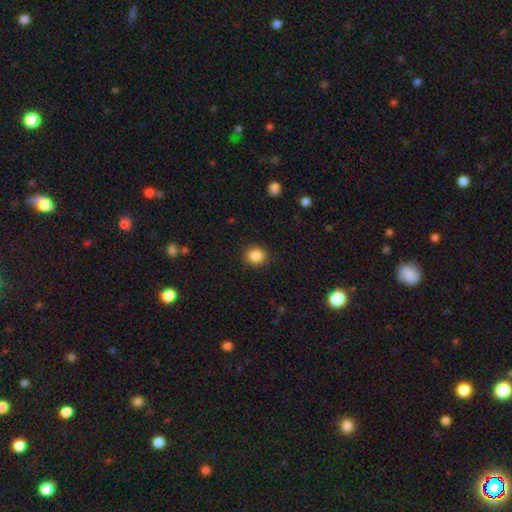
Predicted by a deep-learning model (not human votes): smooth-or-featured: smooth: 87% | star or artifact: 10% | featured or disk: 4%
  how-rounded: round: 85% | in between: 14% | cigar-shaped: 1%
  merging: none: 91% | minor disturbance: 6% | major disturbance: 2% | merger: 1%